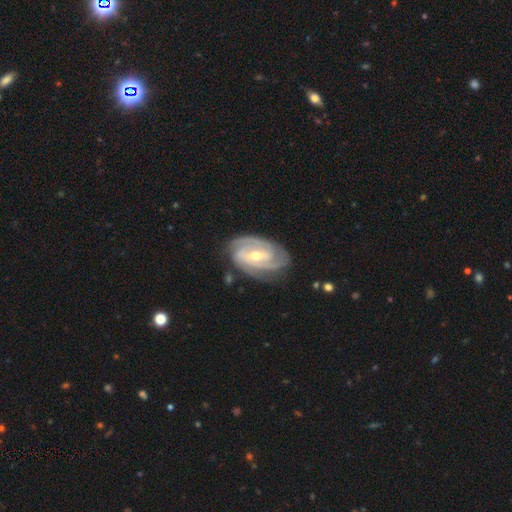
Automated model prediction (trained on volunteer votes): Q: Smooth or featured?
A: featured or disk (91%); runner-up: smooth (5%)
Q: Edge-on disk?
A: no (97%); runner-up: yes (3%)
Q: Bar?
A: weak (44%); runner-up: strong (30%)
Q: Spiral arms?
A: yes (98%); runner-up: no (2%)
Q: Spiral winding?
A: tight (66%); runner-up: medium (30%)
Q: Spiral arm count?
A: 3 (43%); runner-up: 2 (32%)
Q: Bulge size?
A: moderate (57%); runner-up: small (40%)
Q: Merging?
A: none (78%); runner-up: minor disturbance (16%)